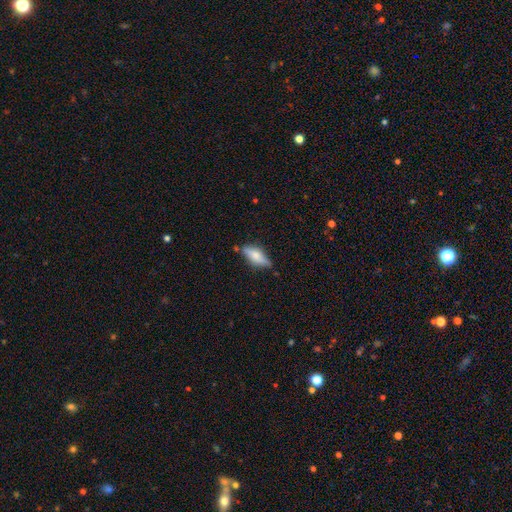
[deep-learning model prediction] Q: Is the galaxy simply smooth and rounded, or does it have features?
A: smooth — 58%.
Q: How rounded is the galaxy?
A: in between — 63%.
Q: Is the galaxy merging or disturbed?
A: none — 70%.